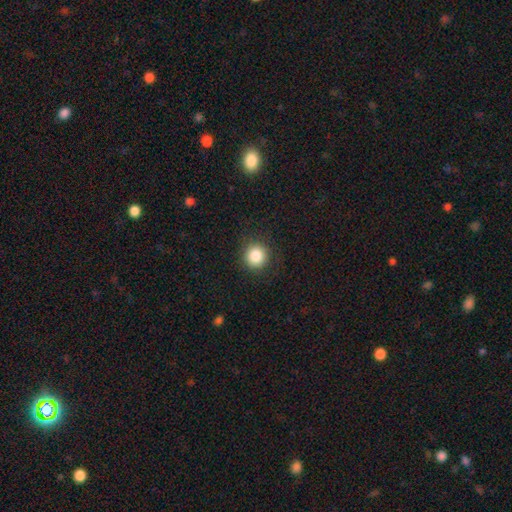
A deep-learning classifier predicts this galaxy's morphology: type=smooth (86%); roundness=round (93%); merging=none (90%).